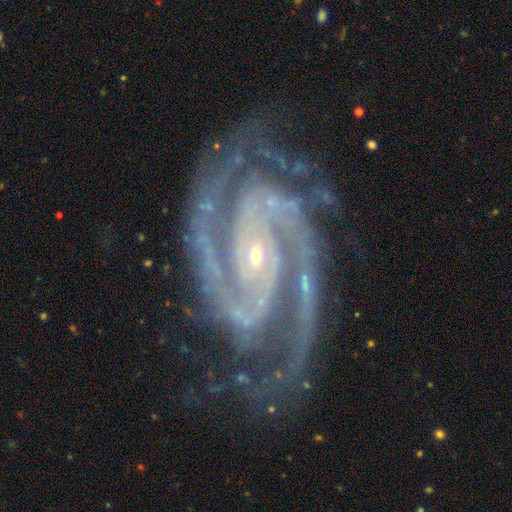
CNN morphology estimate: Smooth or featured? Predicted: featured or disk (p=0.94). Edge-on disk? Predicted: no (p=0.98). Bar? Predicted: no (p=0.52). Spiral arms? Predicted: yes (p=0.99). Spiral winding? Predicted: tight (p=0.56). Spiral arm count? Predicted: 2 (p=0.70). Bulge size? Predicted: small (p=0.88). Merging? Predicted: none (p=0.74).